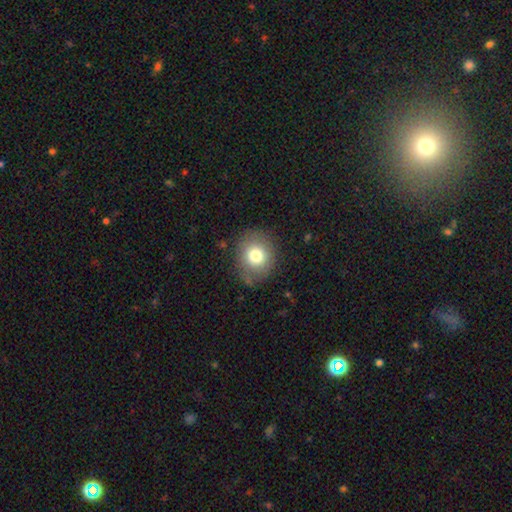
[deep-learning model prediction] A smooth galaxy with no disk features (77%) that is round (72%). Merging: none (81%).